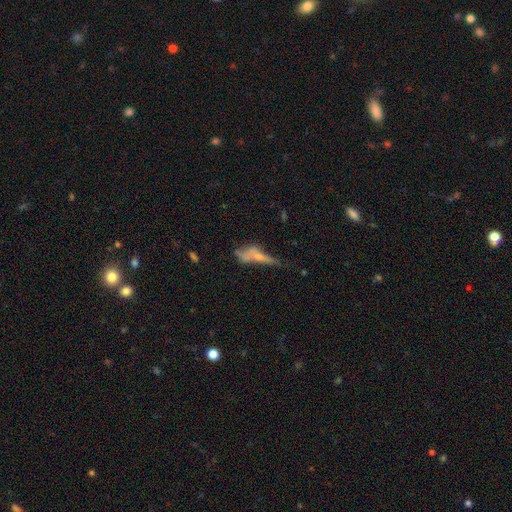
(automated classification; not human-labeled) The model was most divided on "smooth or featured": smooth: 44%, featured or disk: 42%, star or artifact: 14%. Remaining: merging — none (31%).